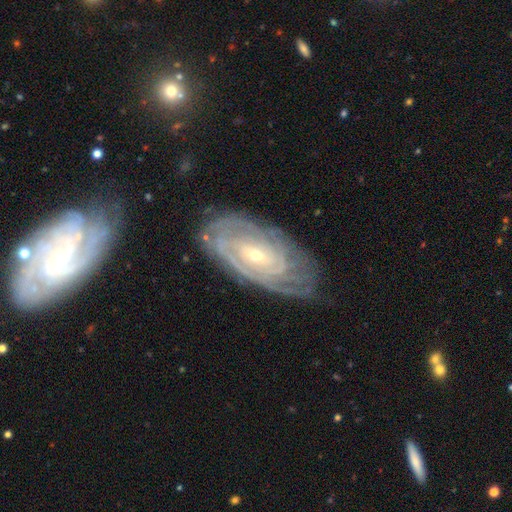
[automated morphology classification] Smooth or featured: featured or disk — 86% (smooth — 8%)
Edge-on disk: no — 94% (yes — 6%)
Bar: no — 54% (weak — 32%)
Spiral arms: yes — 95% (no — 5%)
Spiral winding: tight — 82% (medium — 15%)
Spiral arm count: can't tell — 41% (2 — 16%)
Bulge size: small — 72% (moderate — 25%)
Merging: none — 76% (minor disturbance — 17%)